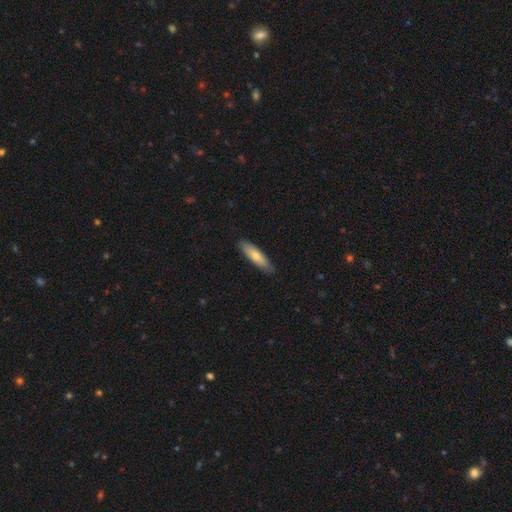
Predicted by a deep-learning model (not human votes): smooth_or_featured: smooth (p=0.71) [alt: featured or disk p=0.23]
how_rounded: cigar-shaped (p=0.60) [alt: in between p=0.38]
merging: none (p=0.85) [alt: minor disturbance p=0.12]